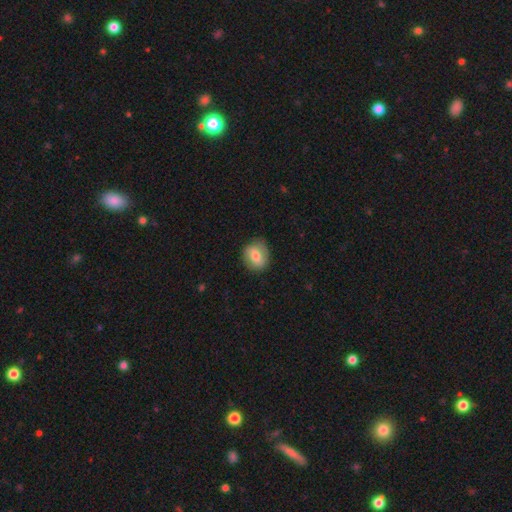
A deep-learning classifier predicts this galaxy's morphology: Overall: smooth (63%; featured or disk 30%). How rounded: round (60%; in between 39%). Merging: none (80%).